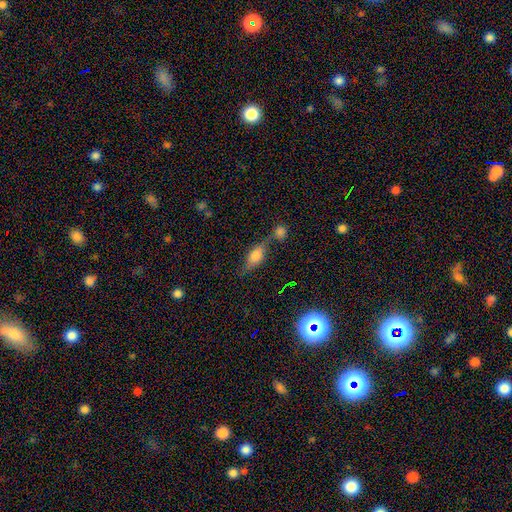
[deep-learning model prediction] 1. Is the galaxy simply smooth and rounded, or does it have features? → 54% smooth, 35% featured or disk, 11% star or artifact.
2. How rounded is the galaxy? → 71% in between, 19% cigar-shaped, 11% round.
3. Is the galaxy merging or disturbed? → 50% none, 23% merger, 18% minor disturbance, 8% major disturbance.